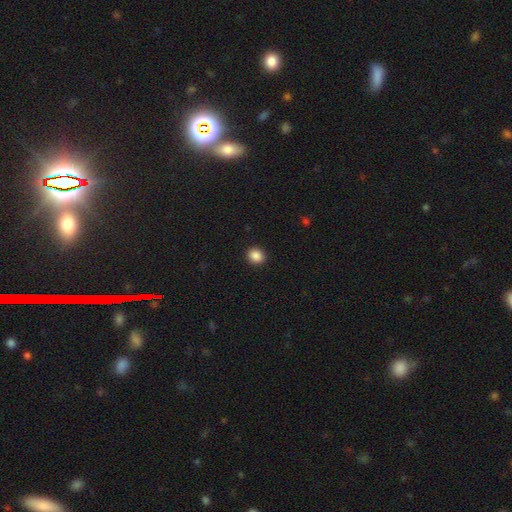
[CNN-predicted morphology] A smooth galaxy with no disk features (88%) that is round (73%). Merging: none (92%).